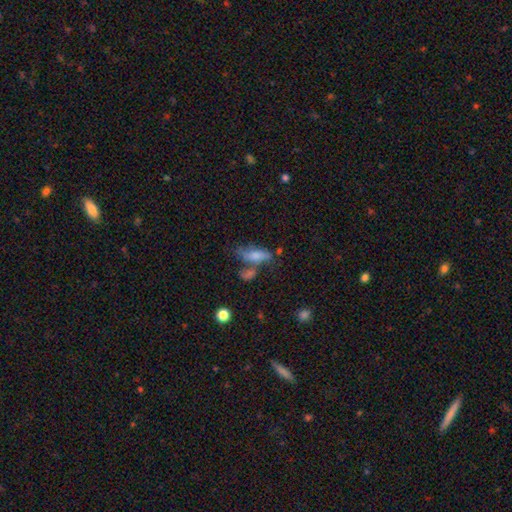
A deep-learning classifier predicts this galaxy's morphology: Smooth or featured? Predicted: smooth (p=0.62). How rounded? Predicted: in between (p=0.63). Merging? Predicted: none (p=0.39).